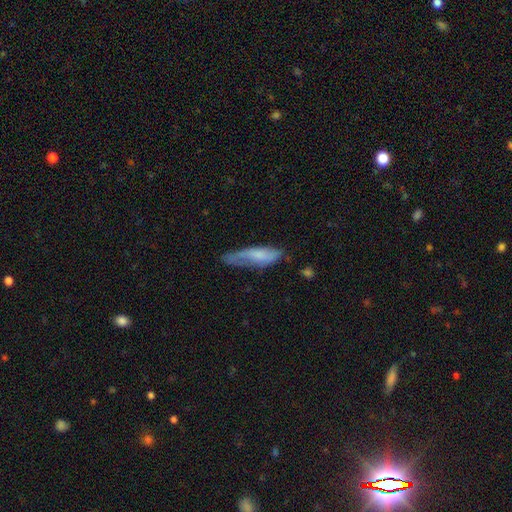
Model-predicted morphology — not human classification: This is possibly a smooth galaxy (57%). How rounded: possibly cigar-shaped (59%). Merging: possibly none (49%).